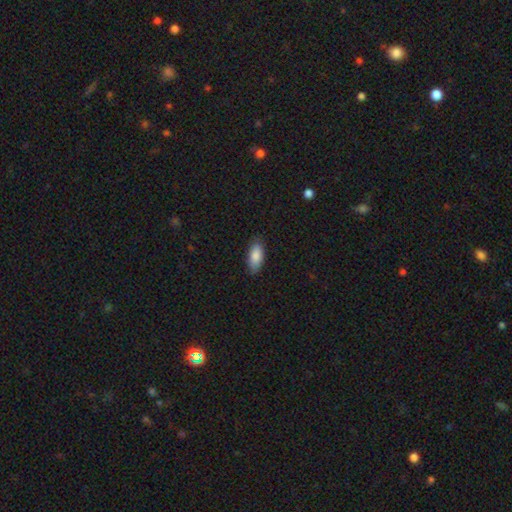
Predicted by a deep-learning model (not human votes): Overall: smooth (86%). How rounded: in between (86%). Merging: none (85%).